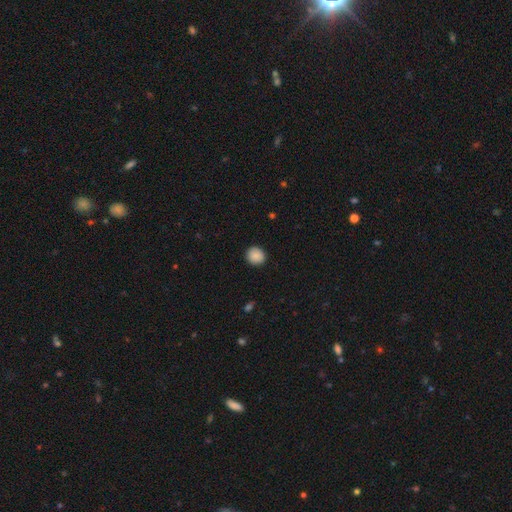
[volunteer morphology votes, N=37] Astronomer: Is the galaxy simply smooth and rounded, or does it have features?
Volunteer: smooth — 92%.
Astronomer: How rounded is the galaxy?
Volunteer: round — 94%.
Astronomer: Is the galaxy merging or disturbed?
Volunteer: none — 86%.